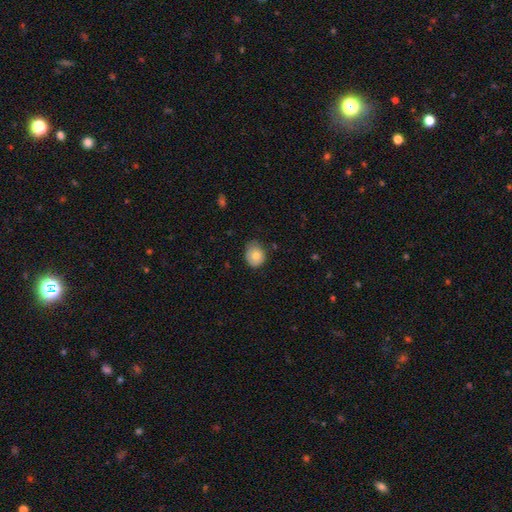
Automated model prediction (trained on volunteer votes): smooth 73%, featured or disk 19%, star or artifact 8%. Down the decision tree: how rounded — round (58%); merging — none (60%).